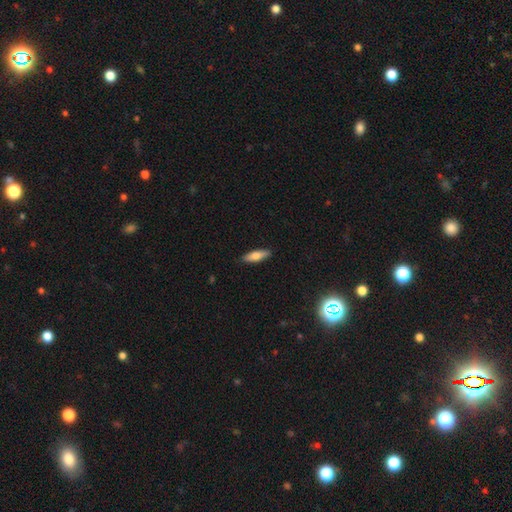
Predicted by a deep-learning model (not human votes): Smooth or featured: smooth — 71% (featured or disk — 23%)
How rounded: cigar-shaped — 50% (in between — 48%)
Merging: none — 88% (minor disturbance — 9%)